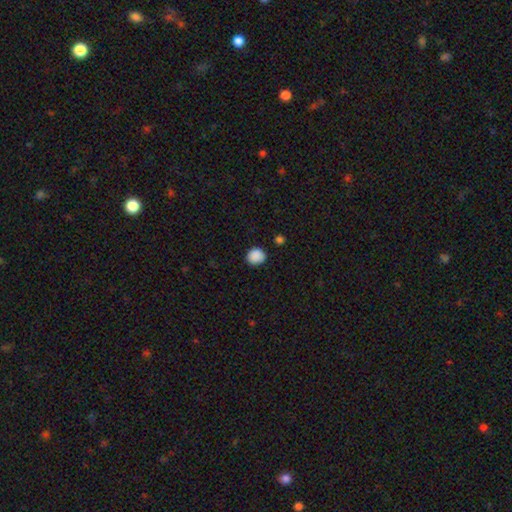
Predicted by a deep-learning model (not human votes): The model was most divided on "how rounded": round: 81%, in between: 19%, cigar-shaped: 1%. More confident: smooth or featured — smooth (89%); merging — none (87%).